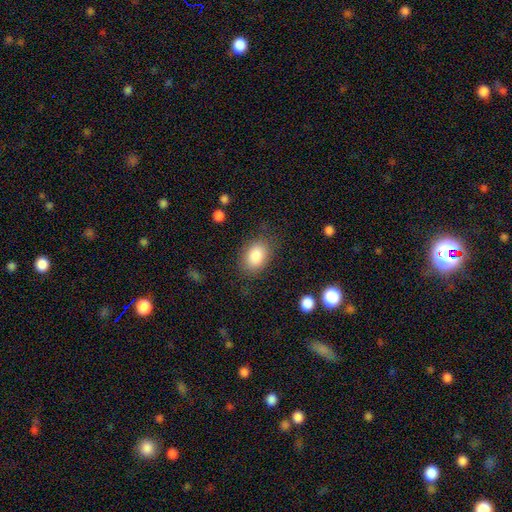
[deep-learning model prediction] A smooth galaxy with no disk features (86%) that is in between round and cigar-shaped (83%).

Vote fractions:
- Smooth or featured? smooth: 86% / star or artifact: 7% / featured or disk: 7%
- How rounded? in between: 83% / round: 16% / cigar-shaped: 1%
- Merging? none: 80% / minor disturbance: 14% / major disturbance: 5% / merger: 2%